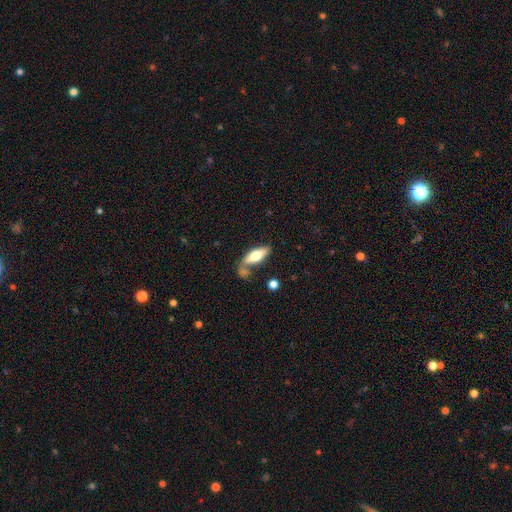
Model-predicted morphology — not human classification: Overall: smooth (62%; featured or disk 32%). How rounded: in between (66%; cigar-shaped 31%). Merging: none (52%; merger 22%).